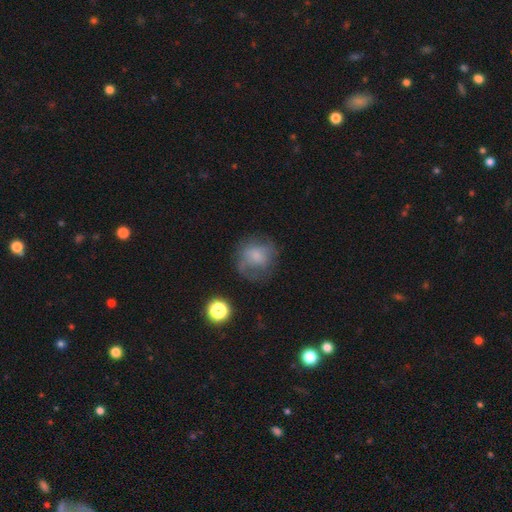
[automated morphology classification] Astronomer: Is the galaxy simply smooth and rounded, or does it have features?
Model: smooth — 58%.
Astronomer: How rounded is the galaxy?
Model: round — 73%.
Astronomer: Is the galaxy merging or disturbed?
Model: none — 48% (runner-up: minor disturbance, 25%).